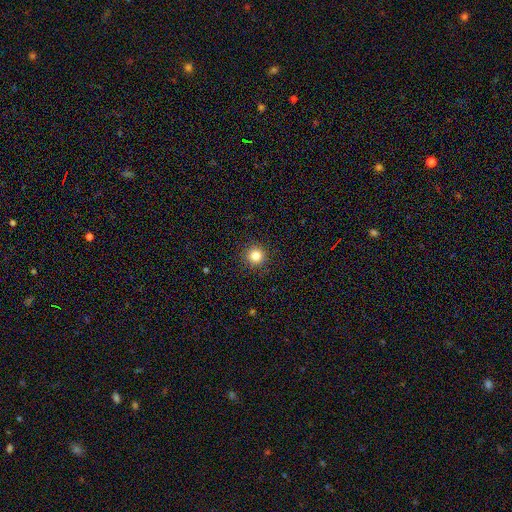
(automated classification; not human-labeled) The model was most divided on "smooth or featured": smooth: 83%, star or artifact: 12%, featured or disk: 5%. More confident: how rounded — round (95%); merging — none (92%).